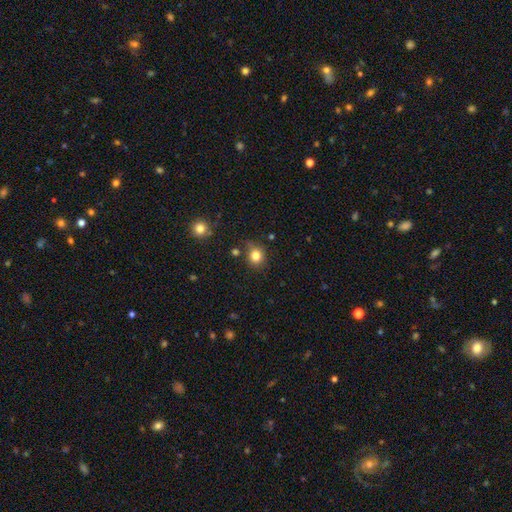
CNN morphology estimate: Overall: smooth (82%). How rounded: round (77%). Merging: none (74%).